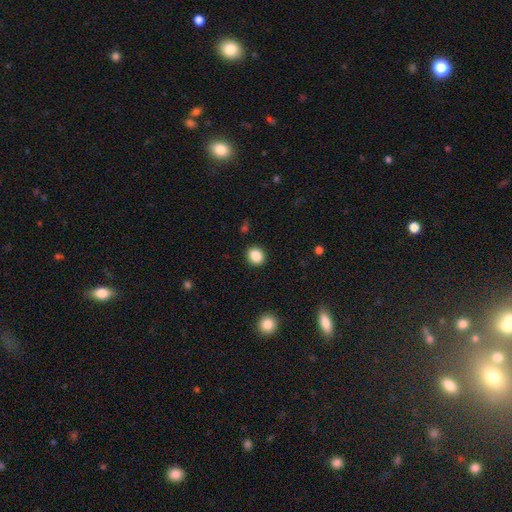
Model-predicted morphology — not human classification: This appears to be a smooth galaxy with no disk features (86%) that is round (70%). Merging: none (91%).